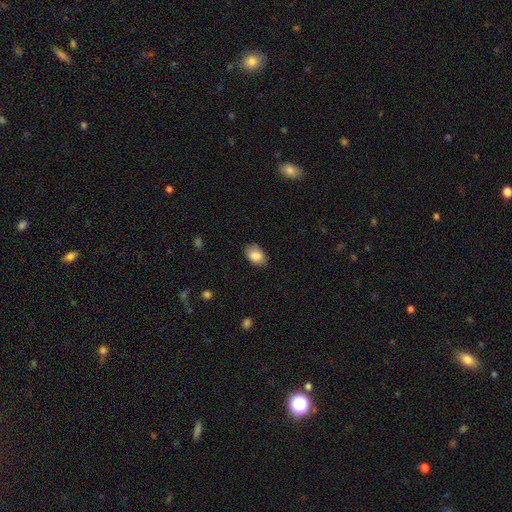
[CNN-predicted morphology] The model was most divided on "merging": none: 83%, minor disturbance: 13%, major disturbance: 3%, merger: 1%. More confident: how rounded — in between (87%); smooth or featured — smooth (86%).